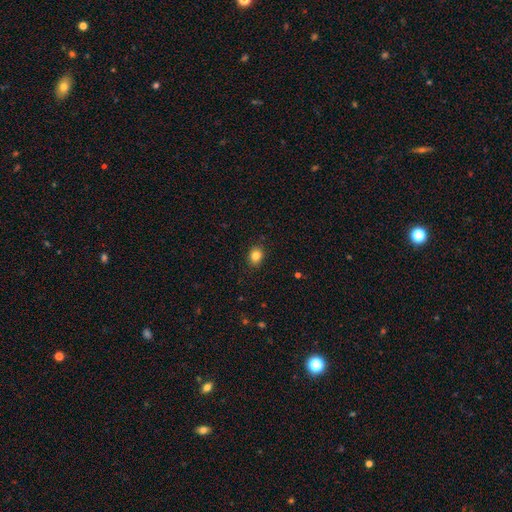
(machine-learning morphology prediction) A smooth galaxy with no disk features (84%) that is round (53%). Merging: none (89%).